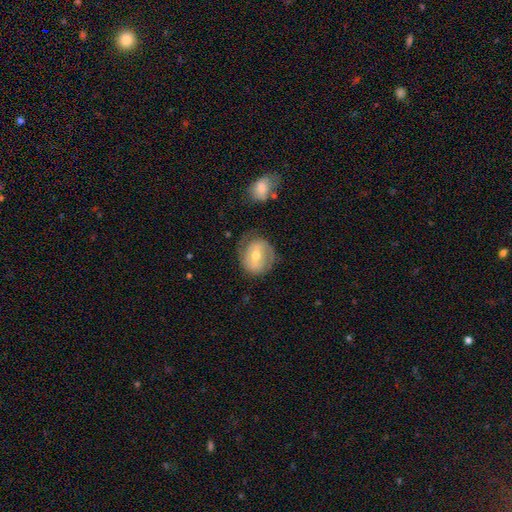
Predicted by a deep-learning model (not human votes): This appears to be a featured or disk galaxy (60%) with a weak bar (48%), spiral arms (70%) and a moderate central bulge (71%). Merging: none (65%).